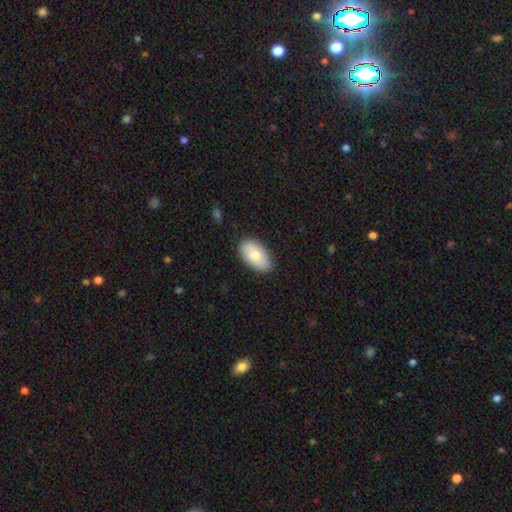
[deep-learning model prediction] Smooth or featured: smooth — 77% (featured or disk — 17%)
How rounded: in between — 94% (round — 4%)
Merging: none — 85% (minor disturbance — 12%)